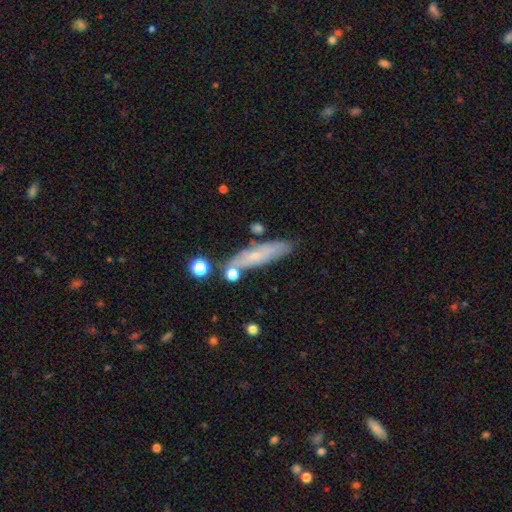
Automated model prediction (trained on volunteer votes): The model was most divided on "smooth or featured": smooth: 57%, featured or disk: 34%, star or artifact: 9%. More confident: how rounded — cigar-shaped (73%); merging — none (70%).